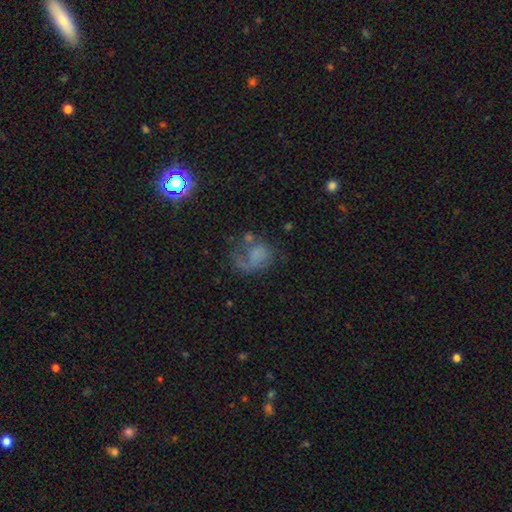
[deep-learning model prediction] The model was most divided on "smooth or featured": featured or disk: 43%, smooth: 40%, star or artifact: 16%. Remaining: merging — major disturbance (39%).